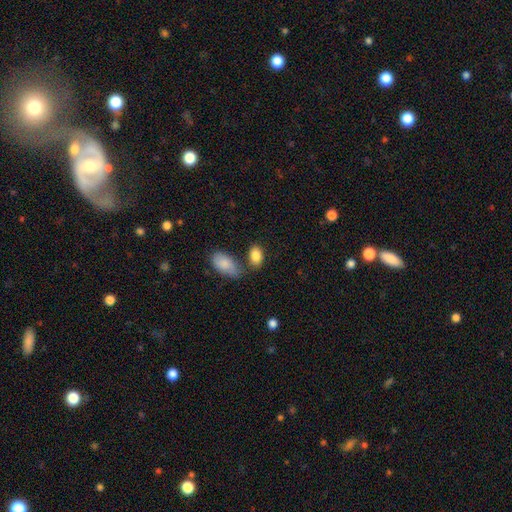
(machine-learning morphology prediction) A smooth galaxy with no disk features (87%) that is in between round and cigar-shaped (89%).

Vote fractions:
- Smooth or featured? smooth: 87% / star or artifact: 7% / featured or disk: 6%
- How rounded? in between: 89% / round: 9% / cigar-shaped: 2%
- Merging? none: 63% / minor disturbance: 16% / merger: 16% / major disturbance: 5%